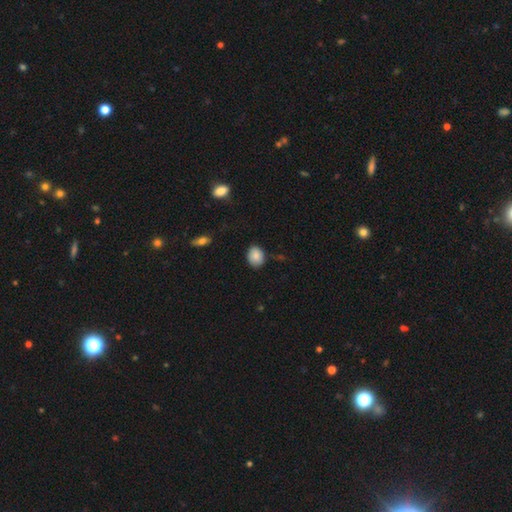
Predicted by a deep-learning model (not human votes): Q: Smooth or featured?
A: smooth (84%); runner-up: featured or disk (8%)
Q: How rounded?
A: in between (63%); runner-up: round (36%)
Q: Merging?
A: none (79%); runner-up: minor disturbance (16%)